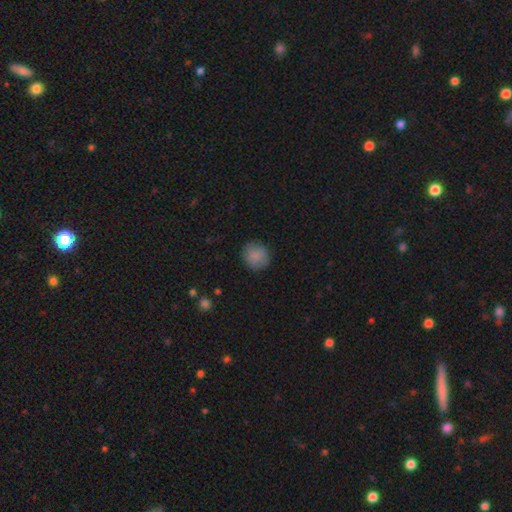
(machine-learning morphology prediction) smooth-or-featured: smooth: 85% | star or artifact: 8% | featured or disk: 7%
  how-rounded: round: 89% | in between: 10% | cigar-shaped: 1%
  merging: none: 84% | minor disturbance: 12% | major disturbance: 3% | merger: 1%